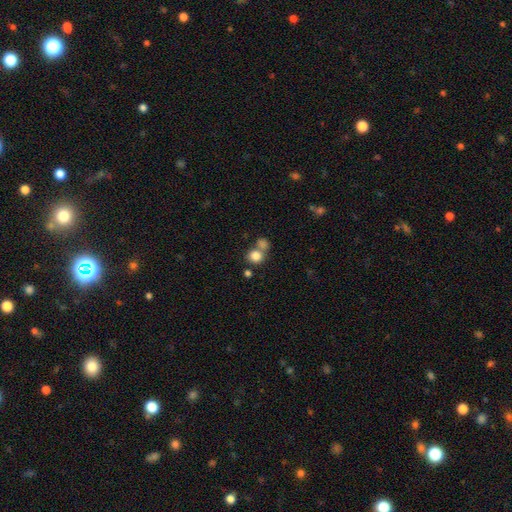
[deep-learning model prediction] Smooth or featured? smooth (82%)
How rounded? round (81%)
Merging? none (49%)